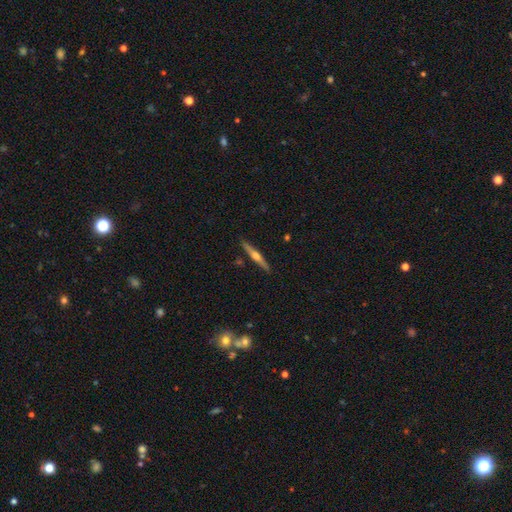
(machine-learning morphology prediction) A featured or disk galaxy (72%) viewed edge-on (98%) with a rounded central bulge (92%). Merging: none (90%).